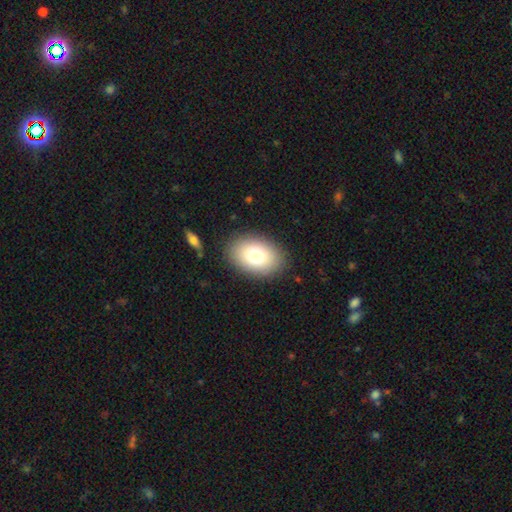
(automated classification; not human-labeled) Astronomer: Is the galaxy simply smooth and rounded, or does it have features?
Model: smooth — 77%.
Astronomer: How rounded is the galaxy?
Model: in between — 81%.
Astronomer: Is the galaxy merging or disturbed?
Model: none — 88%.